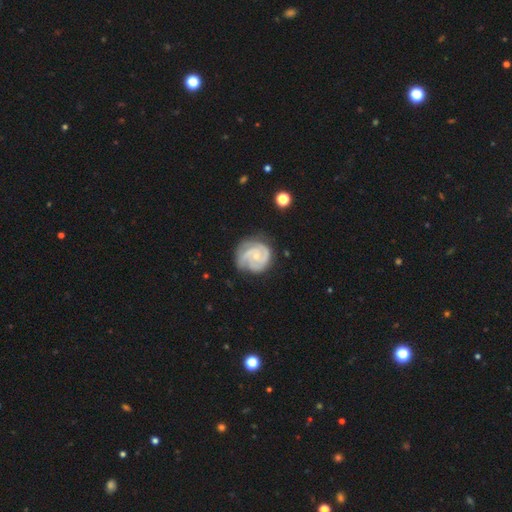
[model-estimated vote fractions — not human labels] This is clearly a featured or disk galaxy (86%). It is clearly not viewed edge-on (98%). Bar: likely no (65%). Spiral arm pattern: clearly yes (97%). Spiral arm count: marginally 2 (44%). Spiral winding: likely tight (63%). Central bulge: likely small (70%). Merging: likely none (69%).